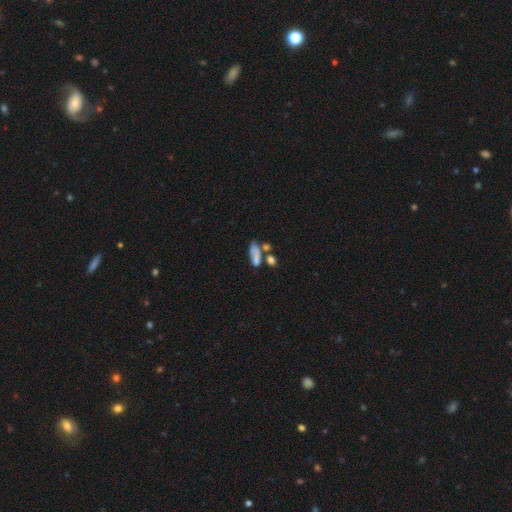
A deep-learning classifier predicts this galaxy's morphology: smooth-or-featured: smooth: 67% | featured or disk: 21% | star or artifact: 12%
  how-rounded: in between: 73% | cigar-shaped: 19% | round: 8%
  merging: merger: 38% | none: 29% | minor disturbance: 17% | major disturbance: 16%